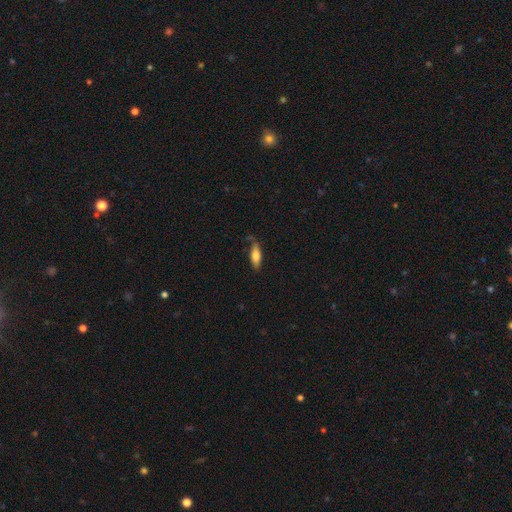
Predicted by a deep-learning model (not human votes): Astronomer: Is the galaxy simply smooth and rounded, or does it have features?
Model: smooth — 76%.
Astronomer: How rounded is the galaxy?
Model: in between — 61% (runner-up: cigar-shaped, 37%).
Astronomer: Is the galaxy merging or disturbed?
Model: none — 64%.